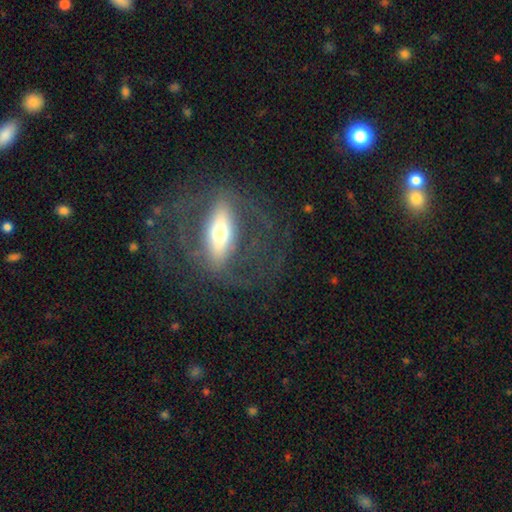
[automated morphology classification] Q: Smooth or featured?
A: featured or disk (74%); runner-up: smooth (19%)
Q: Edge-on disk?
A: no (62%); runner-up: yes (38%)
Q: Merging?
A: none (66%); runner-up: major disturbance (19%)